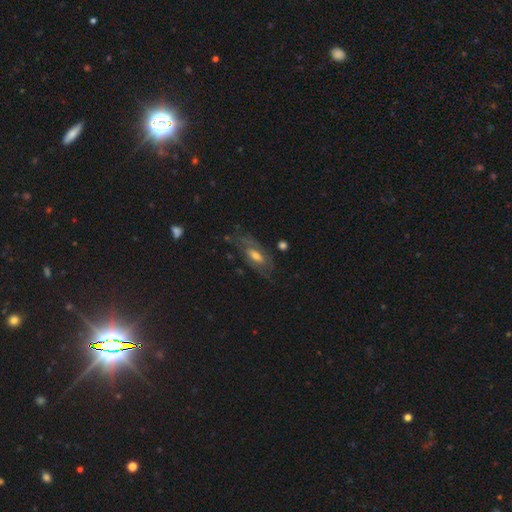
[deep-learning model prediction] A featured or disk galaxy (65%) with no bar (51%), spiral arms (72%) and a moderate central bulge (61%).

Vote fractions:
- Smooth or featured? featured or disk: 65% / smooth: 26% / star or artifact: 8%
- Edge-on disk? no: 83% / yes: 17%
- Bar? no: 51% / weak: 39% / strong: 10%
- Spiral arms? yes: 72% / no: 28%
- Bulge size? moderate: 61% / small: 21% / large: 13% / none: 3% / dominant: 1%
- Merging? none: 64% / minor disturbance: 21% / major disturbance: 13% / merger: 3%